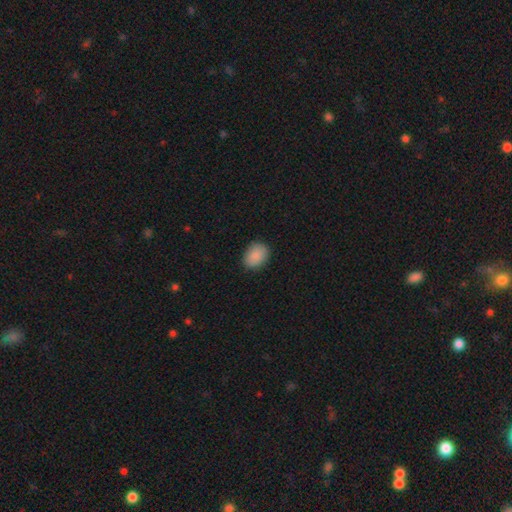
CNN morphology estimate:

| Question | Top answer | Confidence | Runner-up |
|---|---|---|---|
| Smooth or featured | smooth | 89% | star or artifact (7%) |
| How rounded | in between | 66% | round (33%) |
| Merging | none | 85% | minor disturbance (12%) |